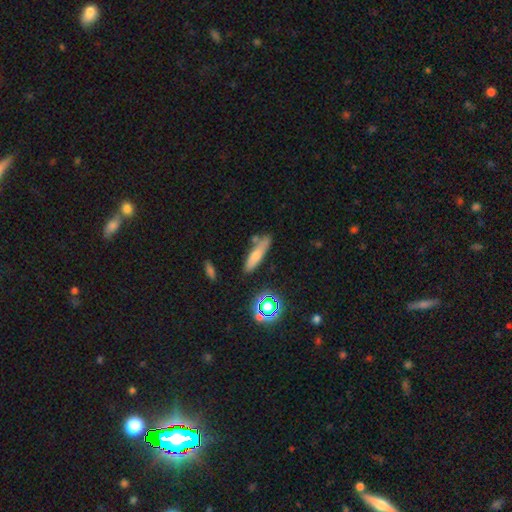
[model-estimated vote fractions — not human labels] Smooth or featured: smooth — 60% (featured or disk — 25%)
How rounded: cigar-shaped — 70% (in between — 26%)
Merging: none — 70% (minor disturbance — 16%)